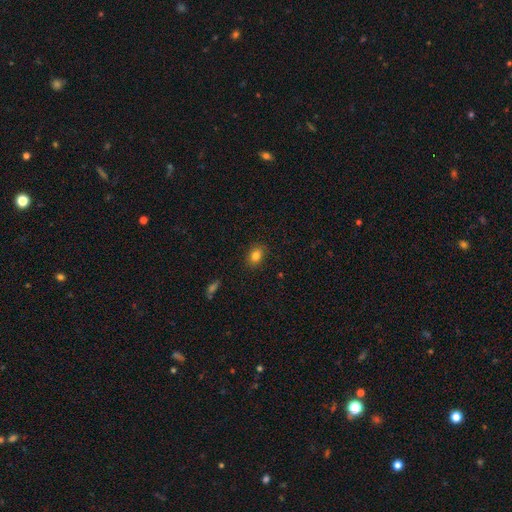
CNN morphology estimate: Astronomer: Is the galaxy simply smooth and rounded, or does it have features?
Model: smooth — 84%.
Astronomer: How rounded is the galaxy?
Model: in between — 70%.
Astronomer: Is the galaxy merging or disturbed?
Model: none — 87%.